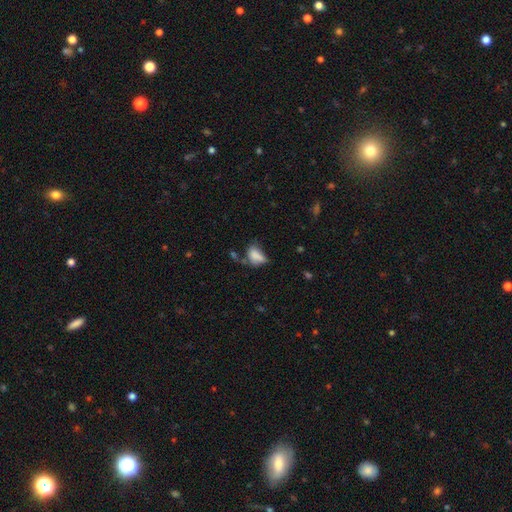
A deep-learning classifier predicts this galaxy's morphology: smooth 74%, featured or disk 15%, star or artifact 12%. Down the decision tree: how rounded — in between (84%); merging — none (31%).